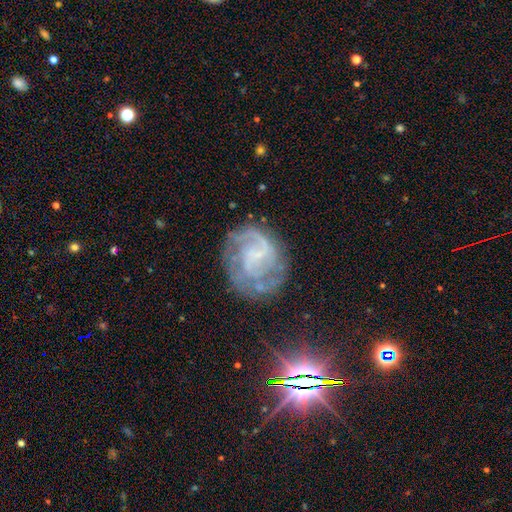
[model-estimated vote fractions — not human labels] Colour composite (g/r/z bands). It shows a featured or disk galaxy (80%) with no bar (49%), 2 (48%) medium (41%, tied with tight) spiral arms (91%) and a small central bulge (50%). Merging: none (61%).